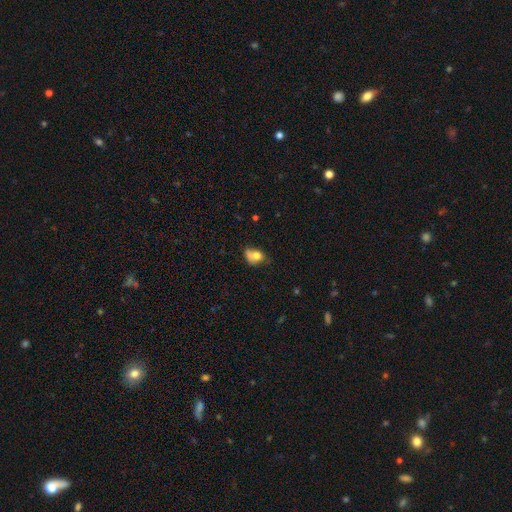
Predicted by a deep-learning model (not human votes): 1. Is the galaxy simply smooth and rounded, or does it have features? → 69% smooth, 20% featured or disk, 10% star or artifact.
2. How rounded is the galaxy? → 70% in between, 28% round, 2% cigar-shaped.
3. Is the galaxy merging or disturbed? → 31% minor disturbance (tied), 31% none (tied), 21% major disturbance, 17% merger.